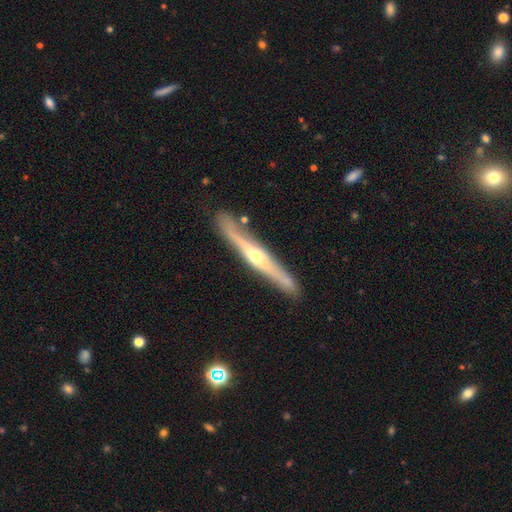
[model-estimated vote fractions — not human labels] Morphology: type=featured or disk (74%); edge-on=yes (96%); edge-on bulge=rounded (89%); merging=none (84%).